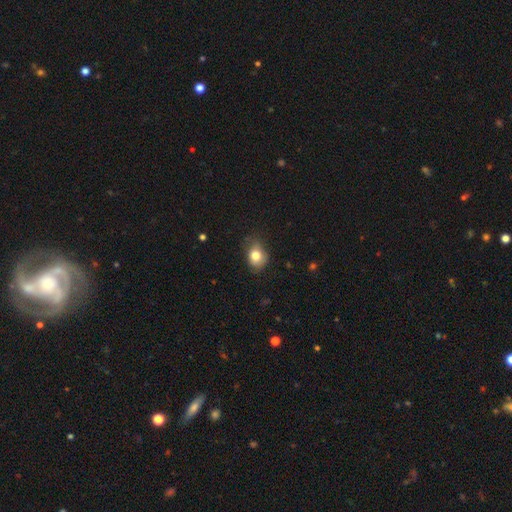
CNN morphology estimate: smooth_or_featured: smooth (p=0.78) [alt: featured or disk p=0.12]
how_rounded: in between (p=0.56) [alt: round p=0.43]
merging: none (p=0.59) [alt: minor disturbance p=0.31]